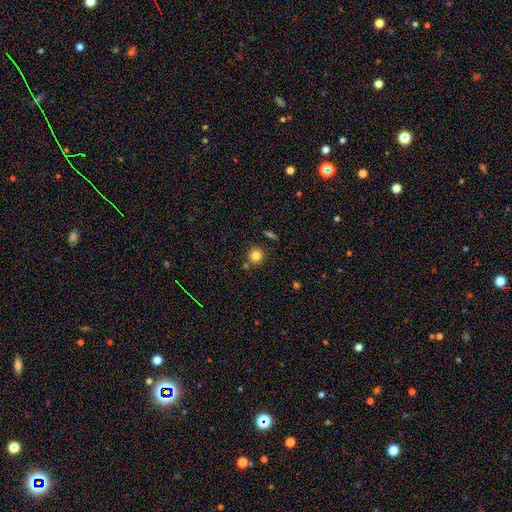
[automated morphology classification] smooth 82%, star or artifact 12%, featured or disk 6%. Down the decision tree: how rounded — round (92%); merging — none (80%).